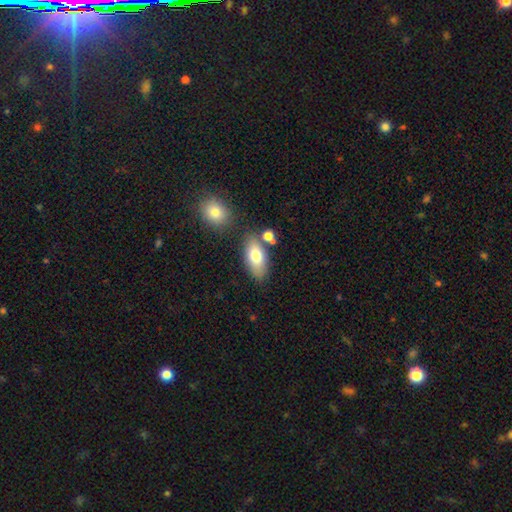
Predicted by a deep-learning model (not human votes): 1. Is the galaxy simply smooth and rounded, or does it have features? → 75% smooth, 18% featured or disk, 8% star or artifact.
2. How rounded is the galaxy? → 88% in between, 7% cigar-shaped, 5% round.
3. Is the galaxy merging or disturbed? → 71% none, 13% minor disturbance, 11% merger, 4% major disturbance.